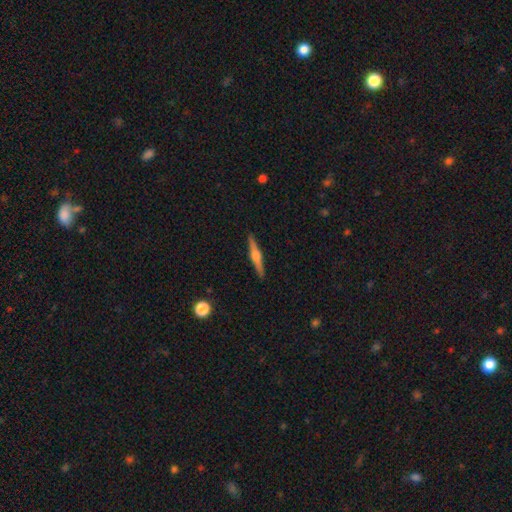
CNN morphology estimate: featured or disk 72%, smooth 22%, star or artifact 6%. Down the decision tree: edge-on disk — yes (98%); edge-on bulge — rounded (87%); merging — none (91%).